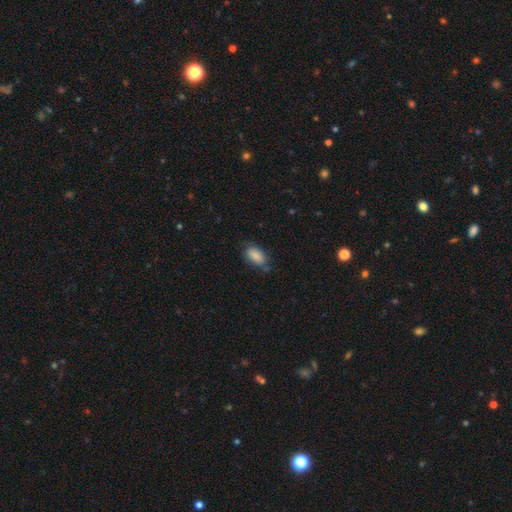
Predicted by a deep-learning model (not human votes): This is clearly a smooth galaxy (87%). How rounded: clearly in between (92%). Merging: likely none (66%).